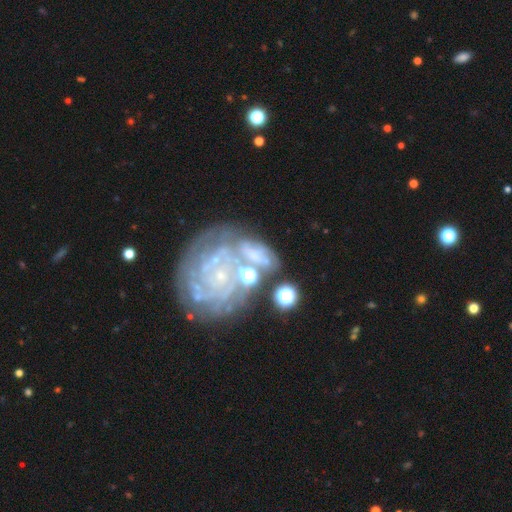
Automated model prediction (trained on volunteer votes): Smooth or featured: featured or disk — 69% (smooth — 18%)
Edge-on disk: no — 96% (yes — 4%)
Bar: no — 77% (weak — 16%)
Spiral arms: yes — 67% (no — 33%)
Bulge size: small — 55% (none — 23%)
Merging: none — 43% (merger — 20%)